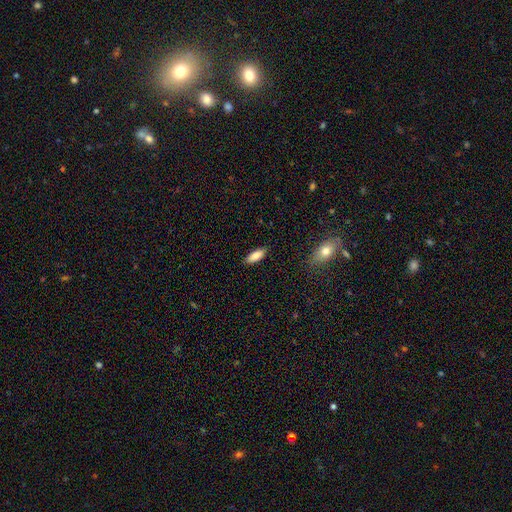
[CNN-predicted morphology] smooth-or-featured: smooth: 87% | featured or disk: 7% | star or artifact: 7%
  how-rounded: in between: 72% | cigar-shaped: 26% | round: 2%
  merging: none: 87% | minor disturbance: 10% | major disturbance: 2% | merger: 1%